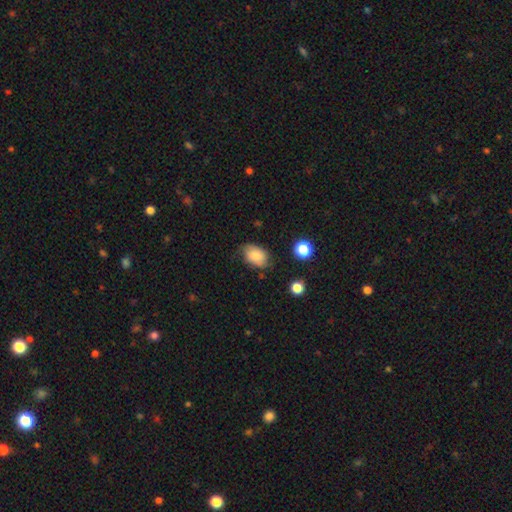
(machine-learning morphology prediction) This appears to be a smooth galaxy with no disk features (80%) that is in between round and cigar-shaped (83%). Merging: none (69%).